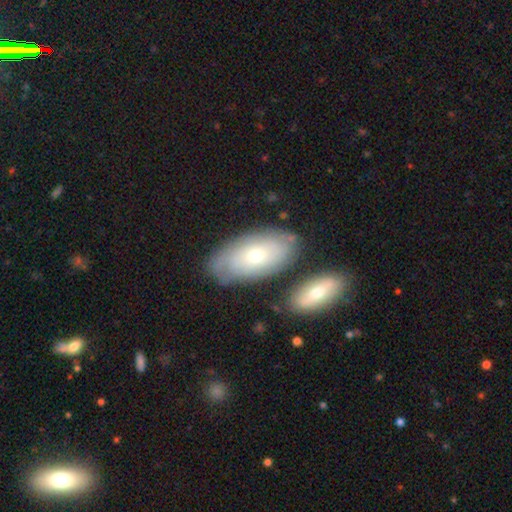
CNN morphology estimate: Smooth or featured? smooth (52%)
How rounded? in between (92%)
Merging? none (71%)